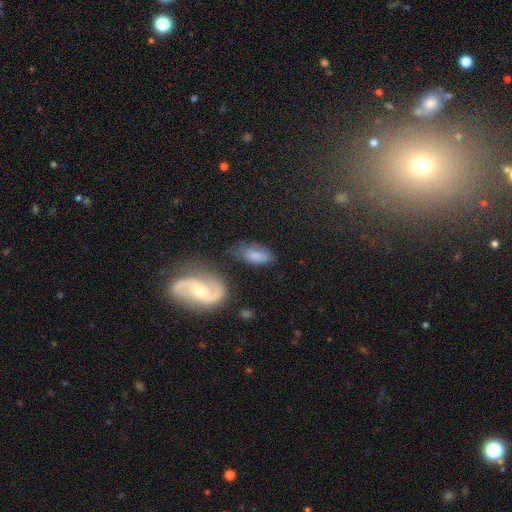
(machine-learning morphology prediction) The model was most divided on "merging": none: 53%, minor disturbance: 26%, major disturbance: 11%, merger: 10%. More confident: how rounded — in between (90%); smooth or featured — smooth (67%).